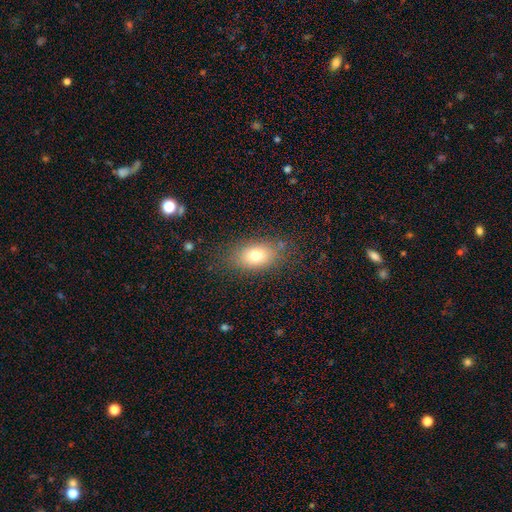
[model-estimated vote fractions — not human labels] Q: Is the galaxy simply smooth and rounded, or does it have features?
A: smooth — 75%.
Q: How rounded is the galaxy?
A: in between — 83%.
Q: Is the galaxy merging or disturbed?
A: none — 78%.